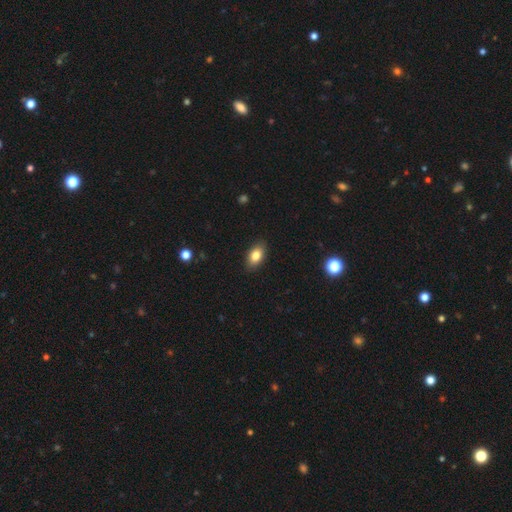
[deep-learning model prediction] Q: Smooth or featured?
A: smooth (82%); runner-up: featured or disk (9%)
Q: How rounded?
A: in between (90%); runner-up: round (8%)
Q: Merging?
A: none (88%); runner-up: minor disturbance (9%)